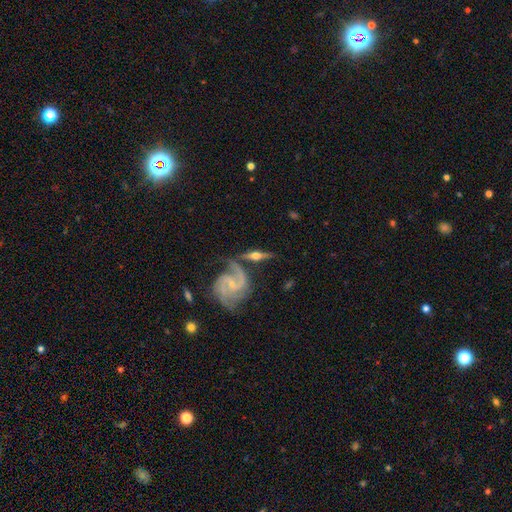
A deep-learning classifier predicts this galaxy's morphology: smooth-or-featured: featured or disk: 81% | smooth: 13% | star or artifact: 5%
  disk-edge-on: yes: 70% | no: 30%
    edge-on-bulge: rounded: 93% | boxy: 4% | none: 3%
  merging: none: 62% | minor disturbance: 16% | merger: 15% | major disturbance: 7%